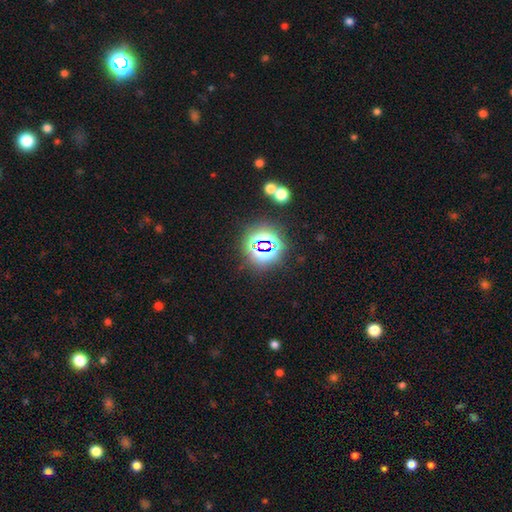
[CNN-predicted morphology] A star or artifact, not a galaxy (82%).